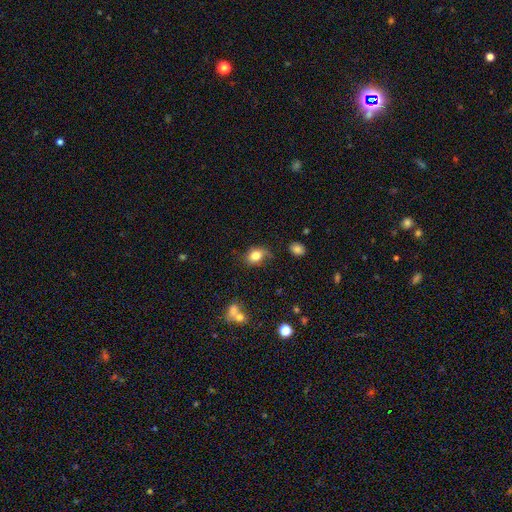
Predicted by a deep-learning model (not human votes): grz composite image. It shows a smooth galaxy with no disk features (80%) that is in between round and cigar-shaped (60%). Merging: none (58%).